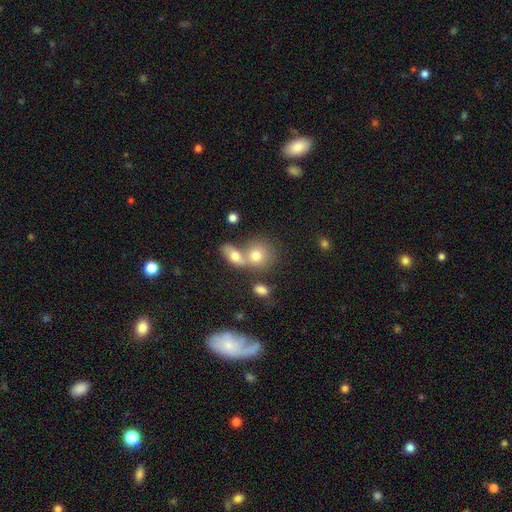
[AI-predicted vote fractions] Smooth or featured?
  - smooth: 72% *
  - featured or disk: 17%
  - star or artifact: 11%
How rounded?
  - round: 63% *
  - in between: 35%
  - cigar-shaped: 2%
Merging?
  - merger: 54% *
  - none: 33%
  - minor disturbance: 8%
  - major disturbance: 4%